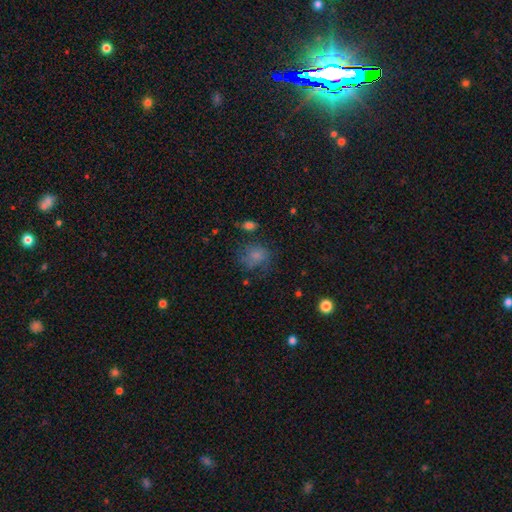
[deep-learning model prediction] This is likely a smooth galaxy (70%). How rounded: possibly round (60%). Merging: possibly none (51%).